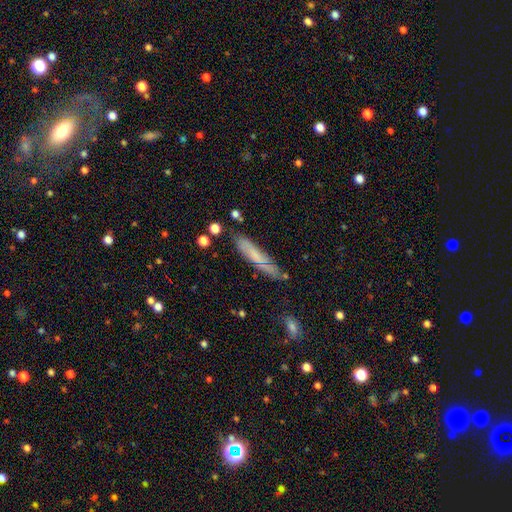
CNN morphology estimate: Smooth or featured? Predicted: smooth (p=0.59). How rounded? Predicted: cigar-shaped (p=0.85). Merging? Predicted: none (p=0.71).